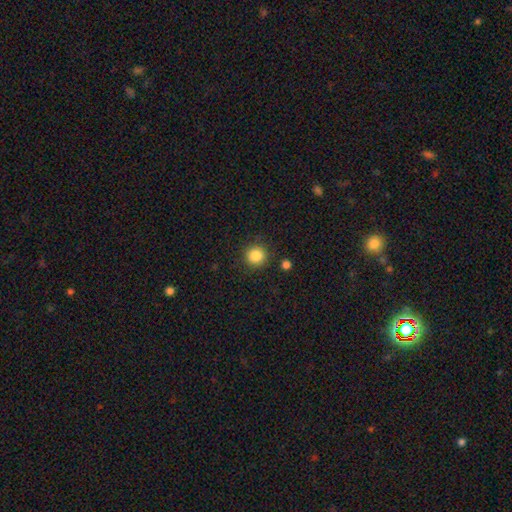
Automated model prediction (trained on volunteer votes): smooth 85%, star or artifact 10%, featured or disk 4%. Down the decision tree: how rounded — round (93%); merging — none (89%).